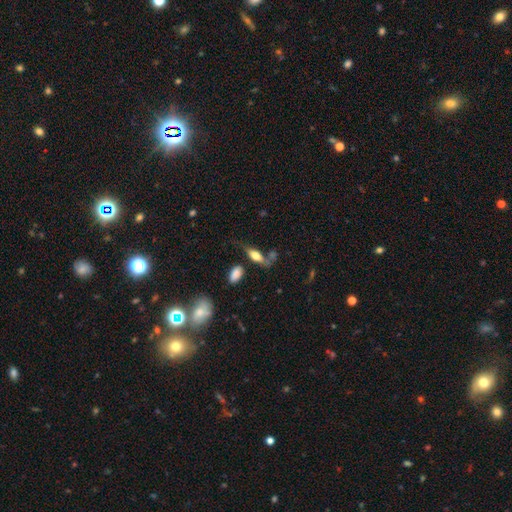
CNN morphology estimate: Smooth or featured?
  - smooth: 63% *
  - featured or disk: 28%
  - star or artifact: 9%
How rounded?
  - in between: 77% *
  - cigar-shaped: 18%
  - round: 5%
Merging?
  - none: 47% *
  - minor disturbance: 23%
  - major disturbance: 15%
  - merger: 14%